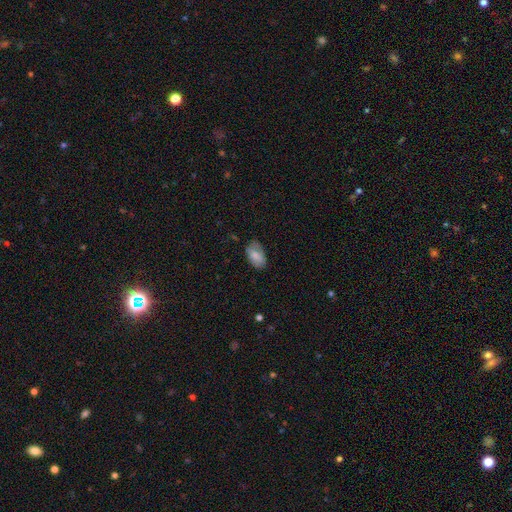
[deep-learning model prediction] smooth_or_featured: smooth (p=0.76) [alt: featured or disk p=0.17]
how_rounded: in between (p=0.92) [alt: round p=0.06]
merging: none (p=0.68) [alt: minor disturbance p=0.25]